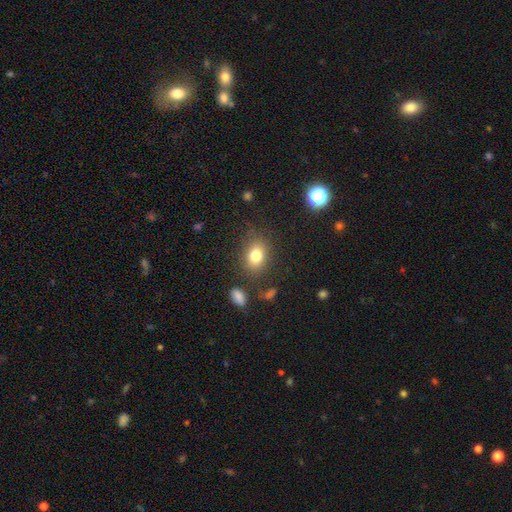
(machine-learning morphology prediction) This appears to be a smooth galaxy with no disk features (79%) that is in between round and cigar-shaped (61%). Merging: none (80%).